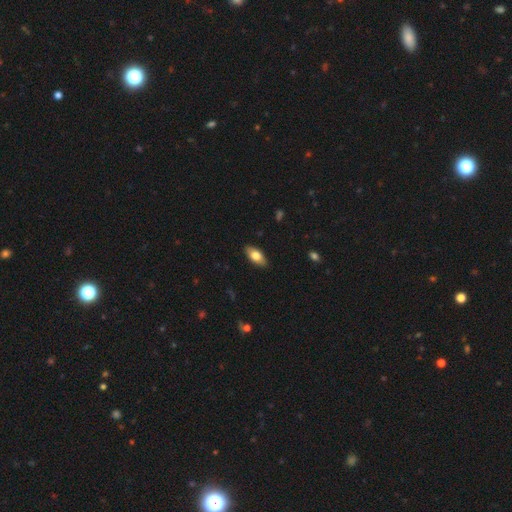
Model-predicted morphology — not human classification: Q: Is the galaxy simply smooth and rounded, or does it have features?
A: smooth — 75%.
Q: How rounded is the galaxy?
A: in between — 89%.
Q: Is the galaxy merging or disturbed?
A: none — 88%.